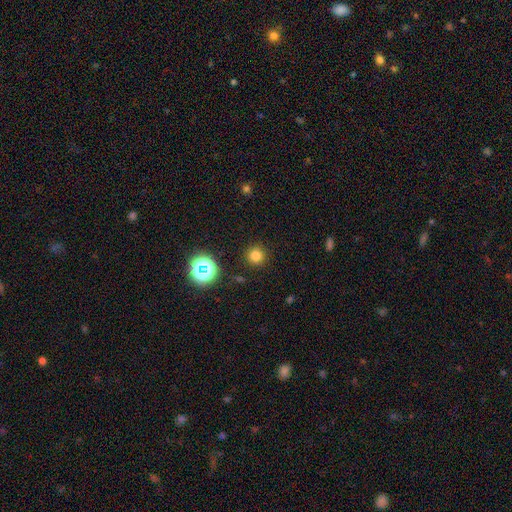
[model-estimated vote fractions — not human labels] The model was most divided on "smooth or featured": smooth: 75%, star or artifact: 20%, featured or disk: 6%. More confident: how rounded — round (95%); merging — none (91%).